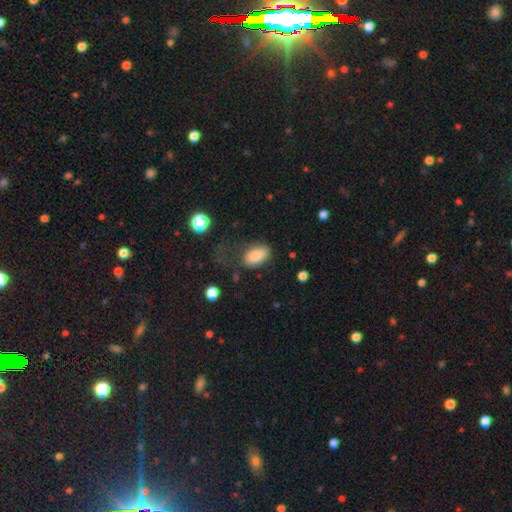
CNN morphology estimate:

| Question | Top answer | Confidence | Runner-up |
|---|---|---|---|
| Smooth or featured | smooth | 84% | star or artifact (9%) |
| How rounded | in between | 91% | round (7%) |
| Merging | none | 58% | minor disturbance (23%) |